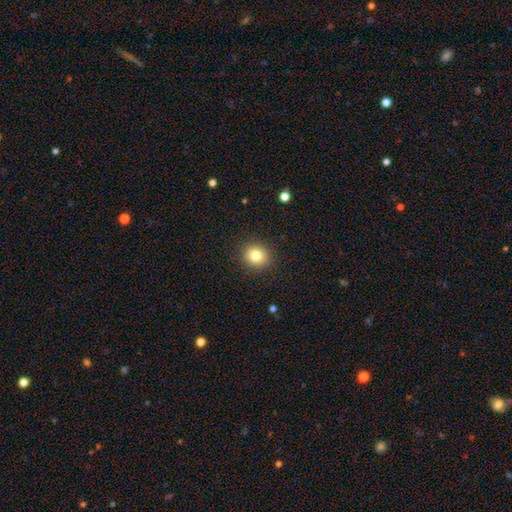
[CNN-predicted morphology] smooth-or-featured: smooth: 81% | star or artifact: 11% | featured or disk: 8%
  how-rounded: round: 85% | in between: 14% | cigar-shaped: 1%
  merging: none: 90% | minor disturbance: 7% | major disturbance: 2% | merger: 1%